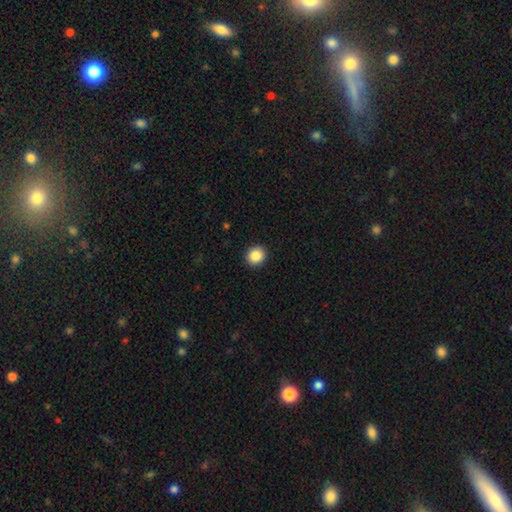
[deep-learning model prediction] smooth_or_featured: smooth (p=0.87) [alt: star or artifact p=0.09]
how_rounded: round (p=0.83) [alt: in between p=0.16]
merging: none (p=0.92) [alt: minor disturbance p=0.05]